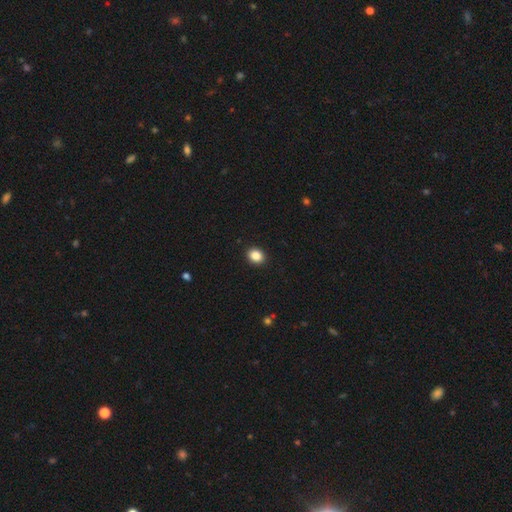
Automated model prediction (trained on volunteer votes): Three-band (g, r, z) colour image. It shows a smooth galaxy with no disk features (87%) that is round (59%). Merging: none (92%).